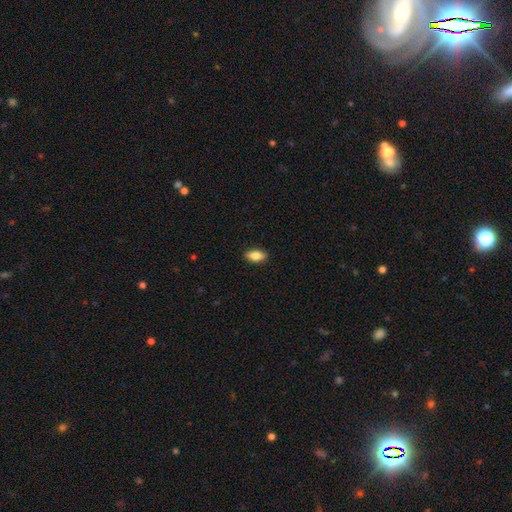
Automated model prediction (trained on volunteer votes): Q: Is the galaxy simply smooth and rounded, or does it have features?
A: smooth — 82%.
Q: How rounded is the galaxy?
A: in between — 89%.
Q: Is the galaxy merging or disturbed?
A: none — 89%.